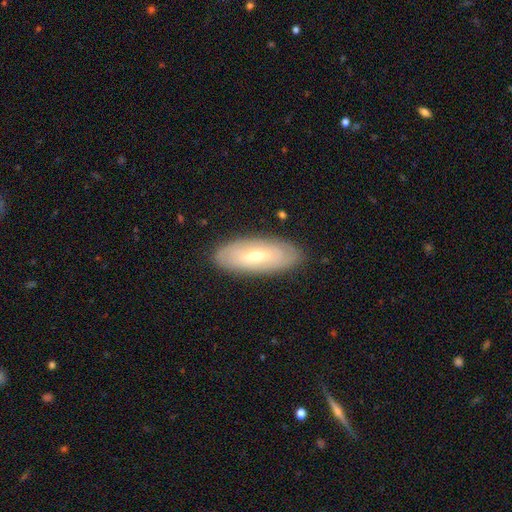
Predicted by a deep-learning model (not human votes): The model was most divided on "smooth or featured": featured or disk: 55%, smooth: 38%, star or artifact: 7%. More confident: merging — none (87%); edge-on disk — no (80%).